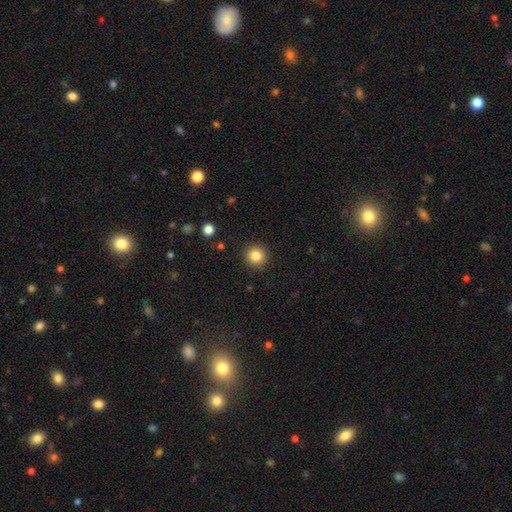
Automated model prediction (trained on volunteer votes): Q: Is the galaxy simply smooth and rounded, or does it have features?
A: smooth — 84%.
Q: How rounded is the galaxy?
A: round — 94%.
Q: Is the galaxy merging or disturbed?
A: none — 91%.